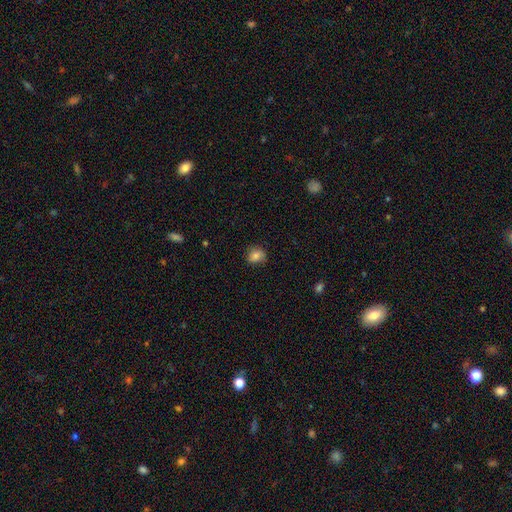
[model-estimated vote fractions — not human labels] Q: Smooth or featured?
A: smooth (81%); runner-up: star or artifact (10%)
Q: How rounded?
A: round (70%); runner-up: in between (29%)
Q: Merging?
A: none (79%); runner-up: minor disturbance (17%)